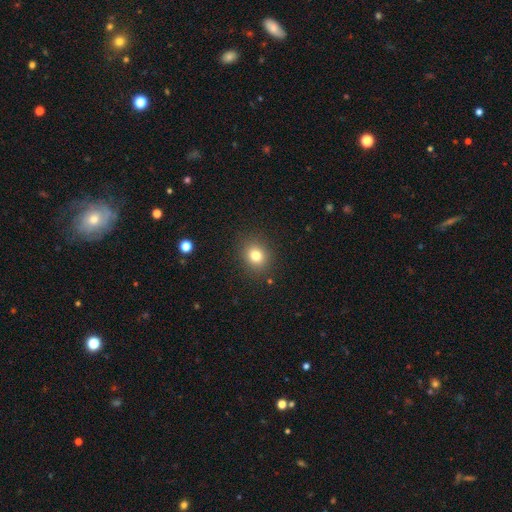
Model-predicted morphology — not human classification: This appears to be a smooth galaxy with no disk features (79%) that is round (74%). Merging: none (88%).